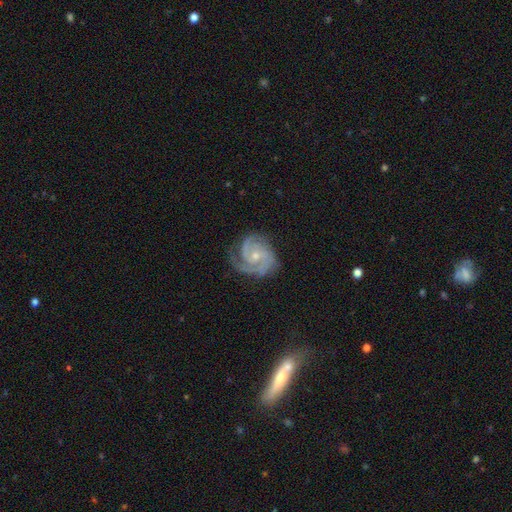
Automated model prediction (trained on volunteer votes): Smooth or featured? featured or disk (91%)
Edge-on disk? no (98%)
Bar? no (64%)
Spiral arms? yes (98%)
Spiral winding? tight (57%)
Spiral arm count? 2 (48%)
Bulge size? small (63%)
Merging? none (72%)